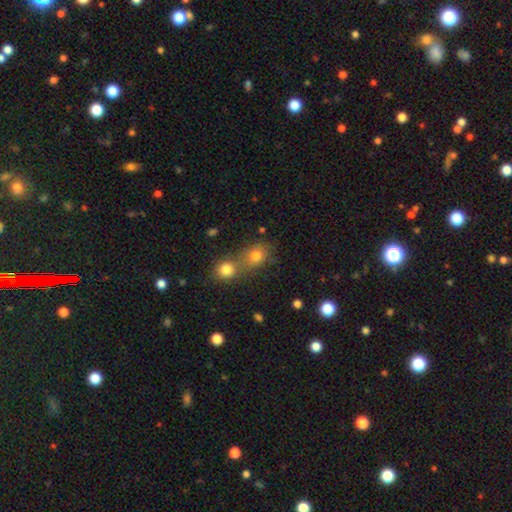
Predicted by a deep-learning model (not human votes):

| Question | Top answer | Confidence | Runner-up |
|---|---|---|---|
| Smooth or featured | smooth | 76% | star or artifact (13%) |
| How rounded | round | 58% | in between (41%) |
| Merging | merger | 51% | none (36%) |